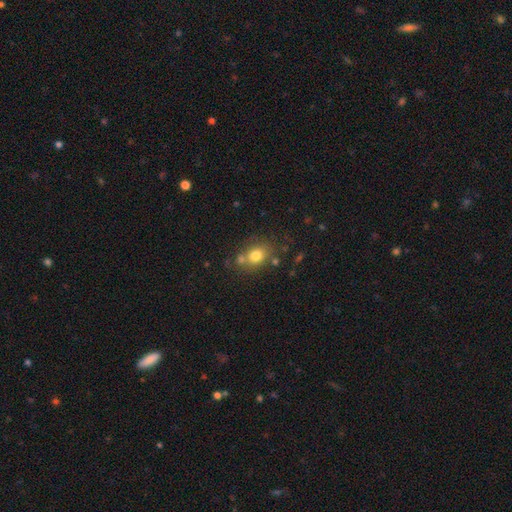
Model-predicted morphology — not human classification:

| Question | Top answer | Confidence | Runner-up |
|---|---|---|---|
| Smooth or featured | smooth | 77% | star or artifact (11%) |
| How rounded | round | 51% | in between (48%) |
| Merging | none | 62% | merger (19%) |